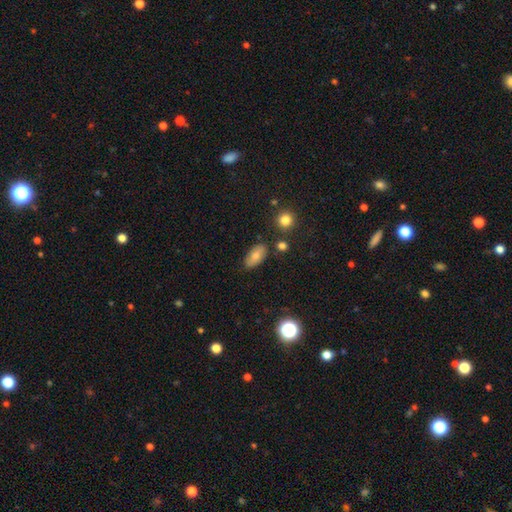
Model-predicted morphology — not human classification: smooth-or-featured: smooth: 73% | featured or disk: 18% | star or artifact: 9%
  how-rounded: in between: 90% | cigar-shaped: 6% | round: 5%
  merging: none: 81% | minor disturbance: 13% | merger: 3% | major disturbance: 3%